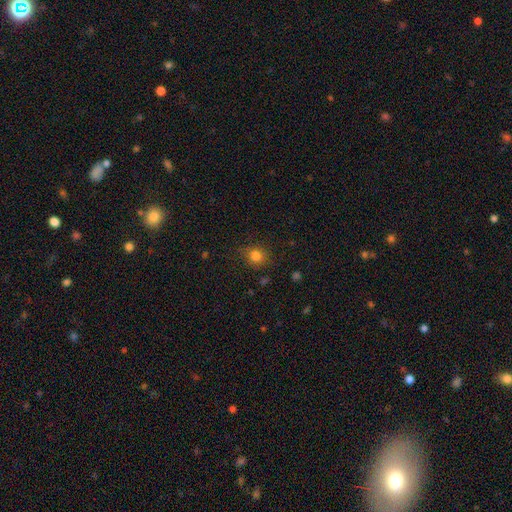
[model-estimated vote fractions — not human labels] Smooth or featured? smooth (81%)
How rounded? round (84%)
Merging? none (85%)